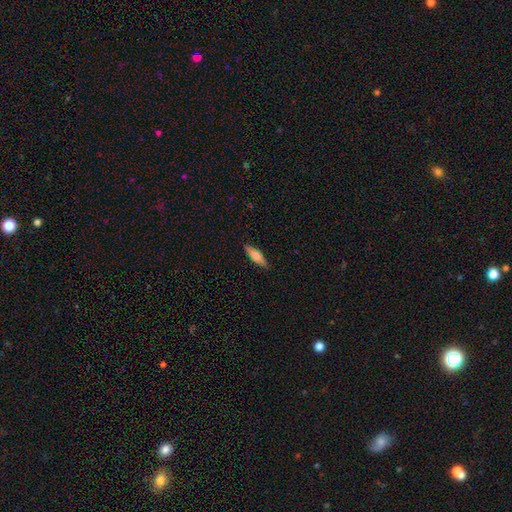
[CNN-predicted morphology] Smooth or featured: smooth — 64% (featured or disk — 30%)
How rounded: cigar-shaped — 62% (in between — 36%)
Merging: none — 88% (minor disturbance — 9%)